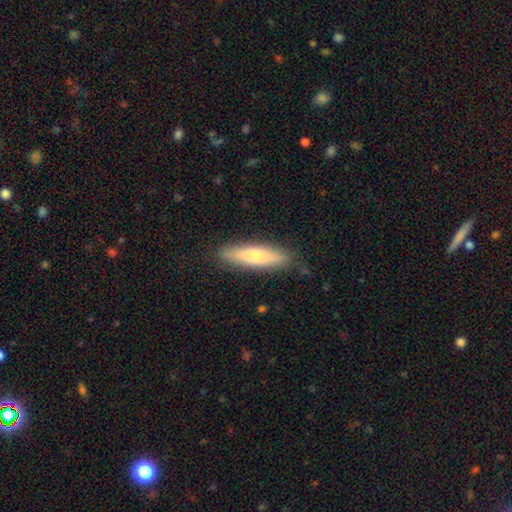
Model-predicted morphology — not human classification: A smooth galaxy with no disk features (69%) that is cigar-shaped (73%). Merging: none (86%).